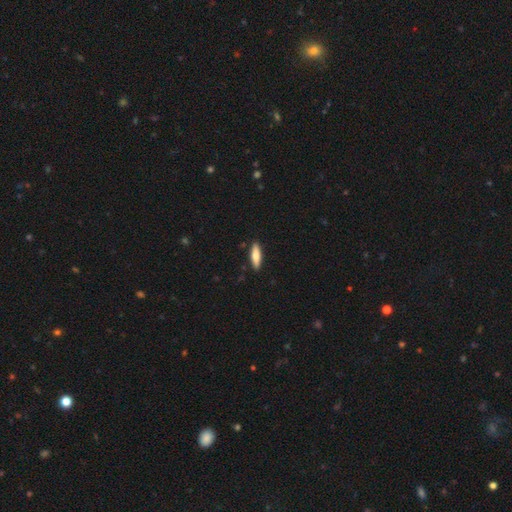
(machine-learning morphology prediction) This appears to be a smooth galaxy with no disk features (76%) that is cigar-shaped (60%). Merging: none (89%).